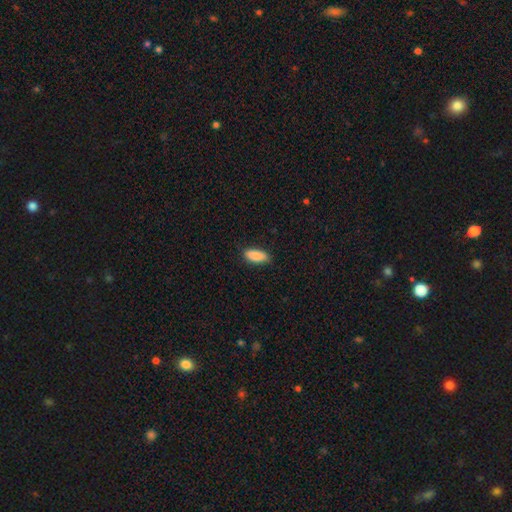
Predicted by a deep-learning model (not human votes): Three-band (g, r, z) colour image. It shows a smooth galaxy with no disk features (89%) that is in between round and cigar-shaped (80%). Merging: none (85%).